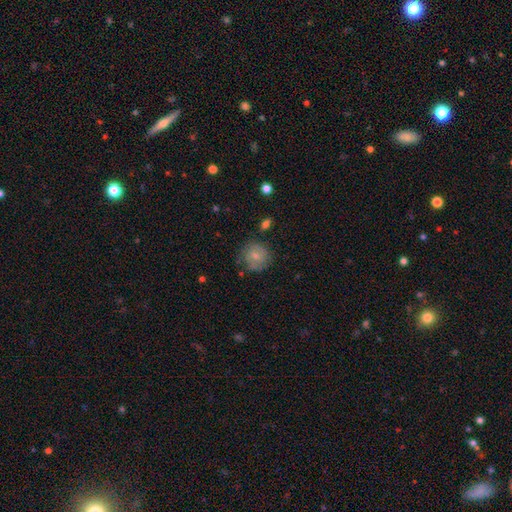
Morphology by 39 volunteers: A smooth galaxy with no disk features (85%) that is round (91%). Merging: none (68%).